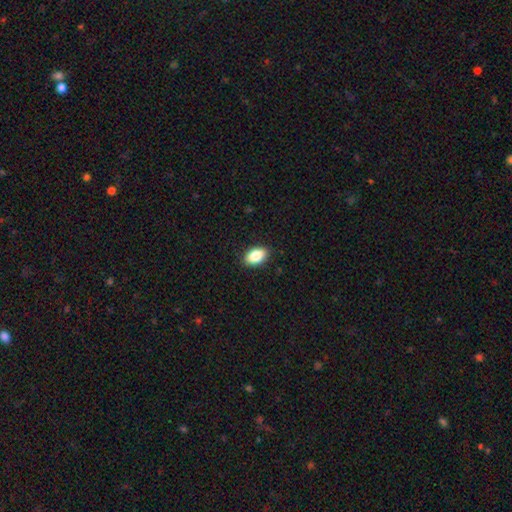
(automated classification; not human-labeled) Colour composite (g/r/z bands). It shows a smooth galaxy with no disk features (86%) that is in between round and cigar-shaped (91%). Merging: none (89%).